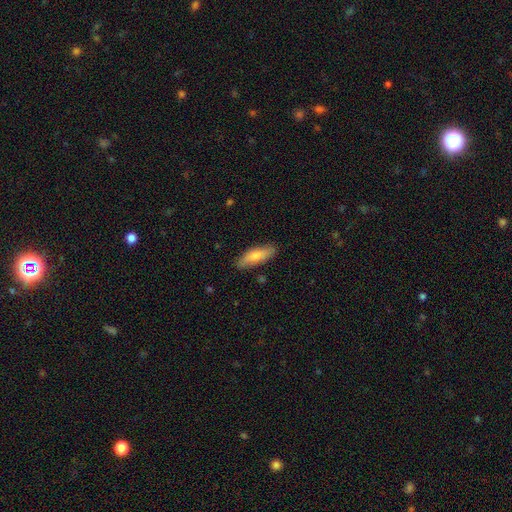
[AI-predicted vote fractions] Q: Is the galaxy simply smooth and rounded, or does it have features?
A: smooth — 75%.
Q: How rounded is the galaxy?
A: in between — 52%.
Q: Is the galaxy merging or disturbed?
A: none — 84%.